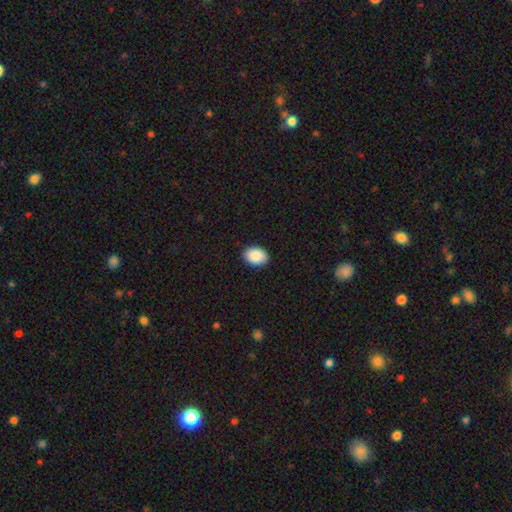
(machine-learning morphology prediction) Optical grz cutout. It shows a smooth galaxy with no disk features (90%) that is in between round and cigar-shaped (77%). Merging: none (88%).